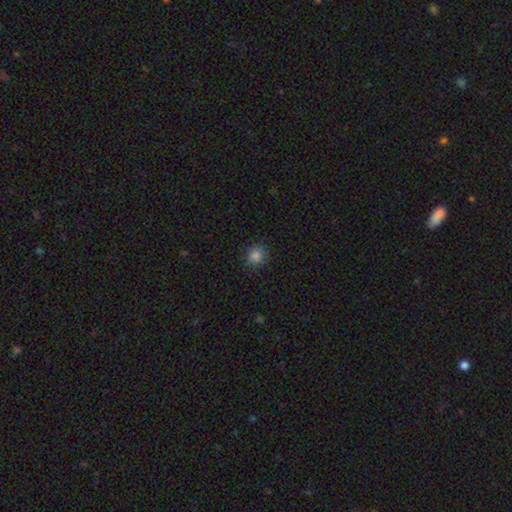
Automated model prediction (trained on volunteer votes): Smooth or featured? smooth (83%)
How rounded? round (82%)
Merging? none (88%)